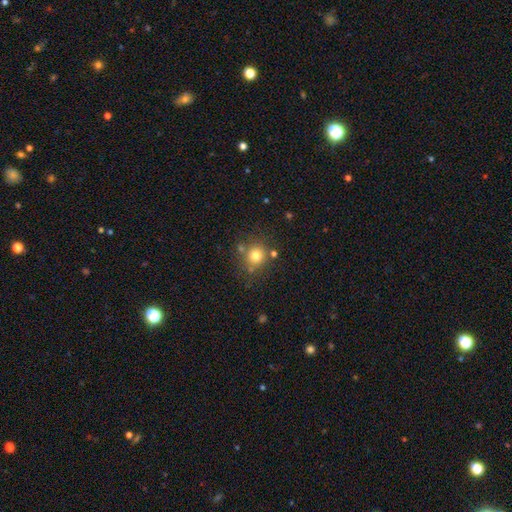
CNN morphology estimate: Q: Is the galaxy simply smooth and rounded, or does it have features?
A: smooth — 76%.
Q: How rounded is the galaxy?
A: round — 90%.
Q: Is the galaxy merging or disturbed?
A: none — 75%.